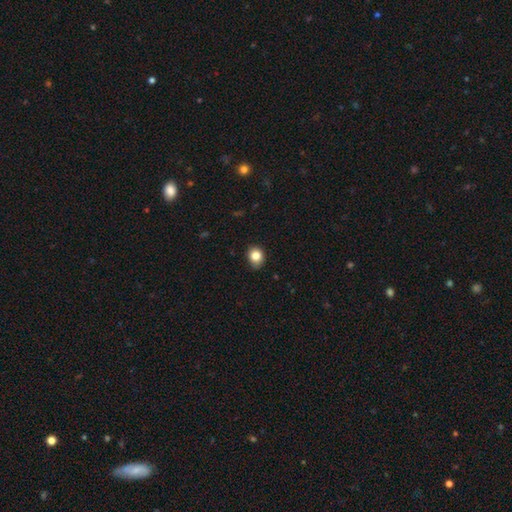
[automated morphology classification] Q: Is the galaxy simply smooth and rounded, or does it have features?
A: smooth — 84%.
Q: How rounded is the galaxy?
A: round — 61%.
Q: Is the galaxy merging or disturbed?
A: none — 82%.